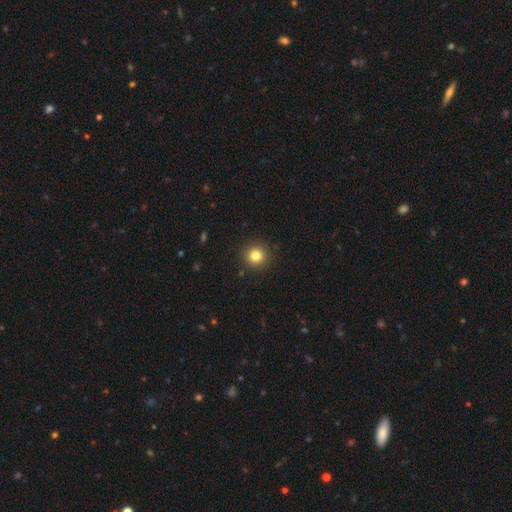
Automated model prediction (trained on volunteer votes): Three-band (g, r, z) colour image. It shows a smooth galaxy with no disk features (82%) that is round (94%). Merging: none (91%).